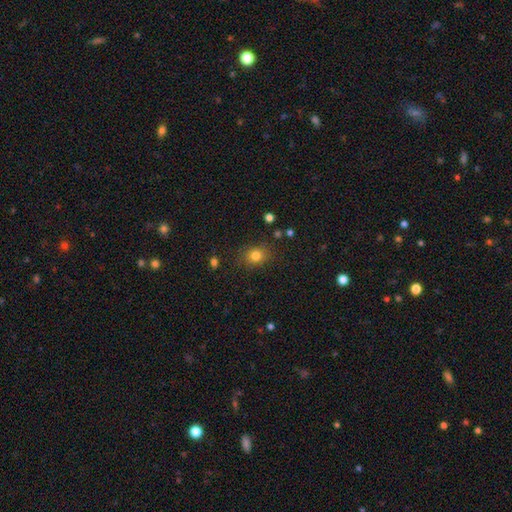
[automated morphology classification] smooth 80%, star or artifact 13%, featured or disk 7%. Down the decision tree: how rounded — round (63%); merging — none (84%).